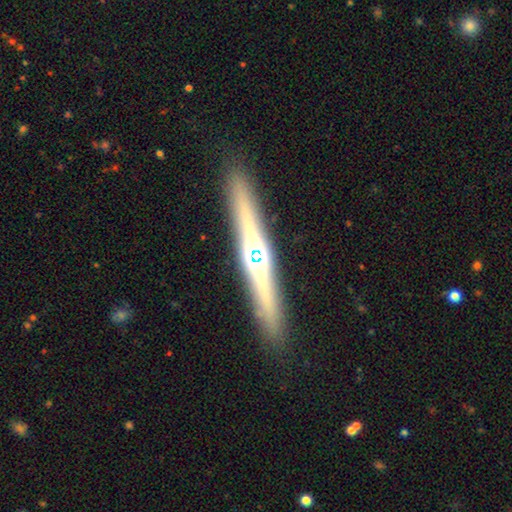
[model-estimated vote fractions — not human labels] Smooth or featured: featured or disk — 71% (smooth — 21%)
Edge-on disk: yes — 97% (no — 3%)
Edge-on bulge: rounded — 65% (none — 23%)
Merging: none — 90% (minor disturbance — 7%)